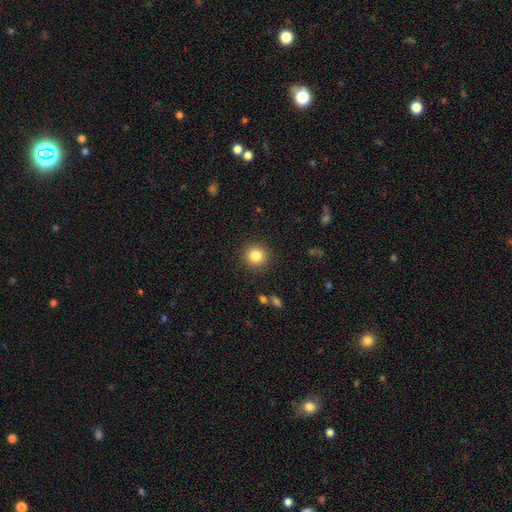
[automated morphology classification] Smooth or featured? Predicted: smooth (p=0.84). How rounded? Predicted: round (p=0.94). Merging? Predicted: none (p=0.90).